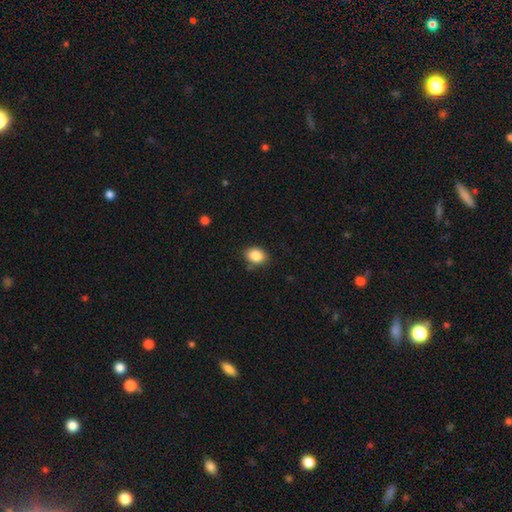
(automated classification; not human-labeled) smooth 86%, star or artifact 9%, featured or disk 5%. Down the decision tree: how rounded — in between (67%); merging — none (82%).